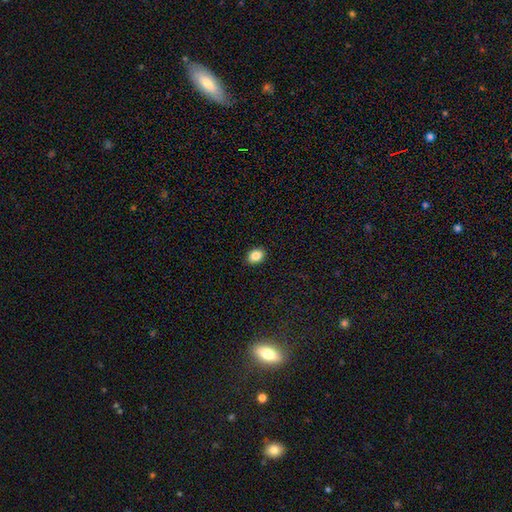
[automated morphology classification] Smooth or featured? smooth (87%)
How rounded? in between (65%)
Merging? none (91%)